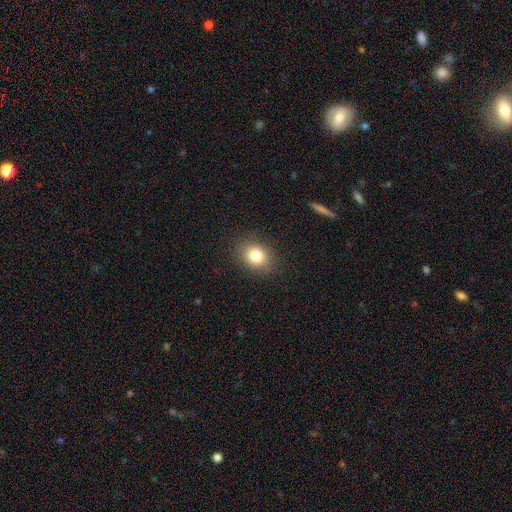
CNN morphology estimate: smooth 81%, star or artifact 11%, featured or disk 8%. Down the decision tree: how rounded — round (52%); merging — none (87%).